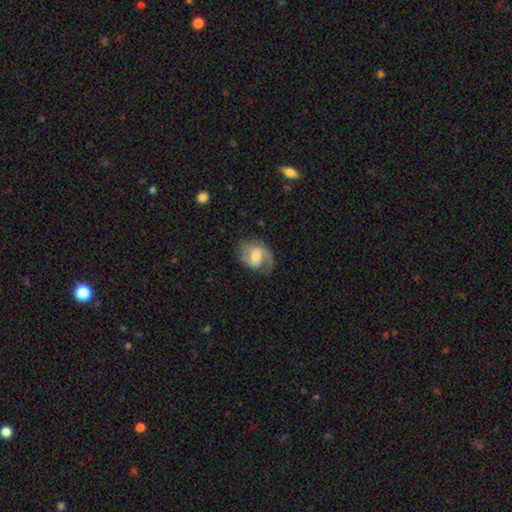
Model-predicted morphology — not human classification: The model was most divided on "bar": weak: 49%, no: 35%, strong: 16%. Remaining: edge-on disk — no (97%); spiral arms — yes (91%); smooth or featured — featured or disk (68%); spiral arm count — 2 (67%); merging — none (62%); bulge size — moderate (53%); spiral winding — medium (47%).